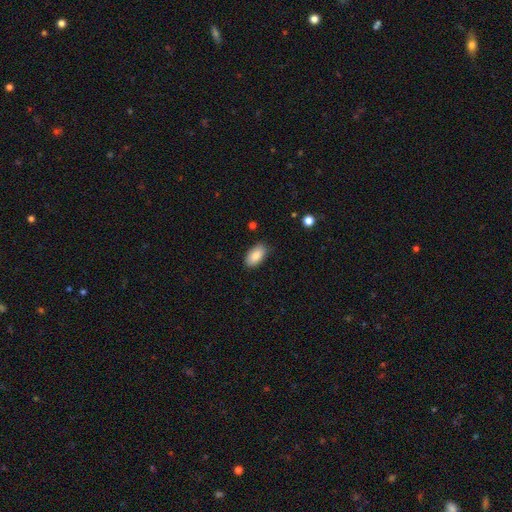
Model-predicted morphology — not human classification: Q: Smooth or featured?
A: smooth (86%); runner-up: featured or disk (8%)
Q: How rounded?
A: in between (94%); runner-up: round (3%)
Q: Merging?
A: none (83%); runner-up: minor disturbance (14%)